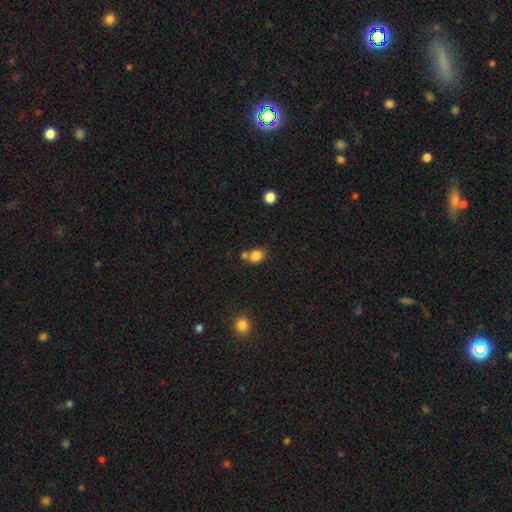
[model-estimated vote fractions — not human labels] Smooth or featured? Predicted: smooth (p=0.82). How rounded? Predicted: round (p=0.50). Merging? Predicted: none (p=0.57).